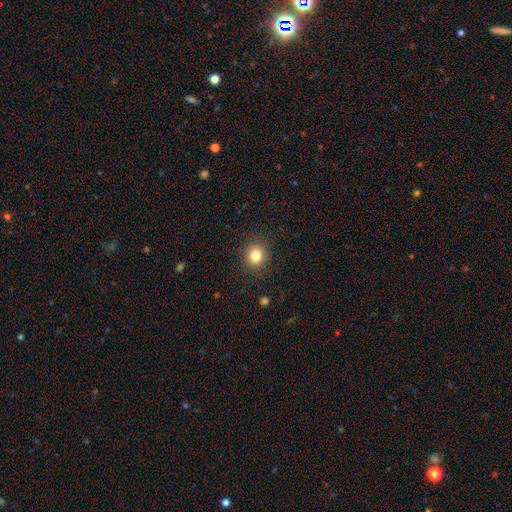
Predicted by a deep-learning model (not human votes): Smooth or featured? smooth (83%)
How rounded? round (83%)
Merging? none (89%)